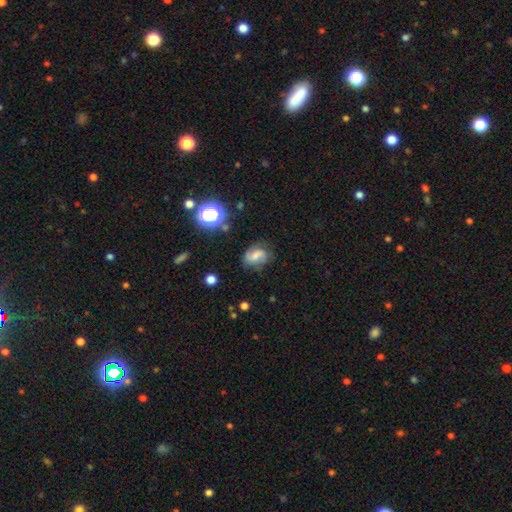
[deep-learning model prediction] The model was most divided on "smooth or featured": smooth: 50%, featured or disk: 36%, star or artifact: 14%. More confident: how rounded — in between (71%); merging — none (61%).